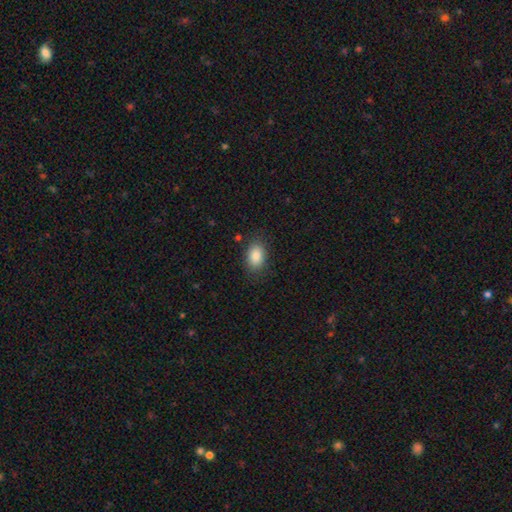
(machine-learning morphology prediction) type=smooth (86%); roundness=in between (83%); merging=none (84%).